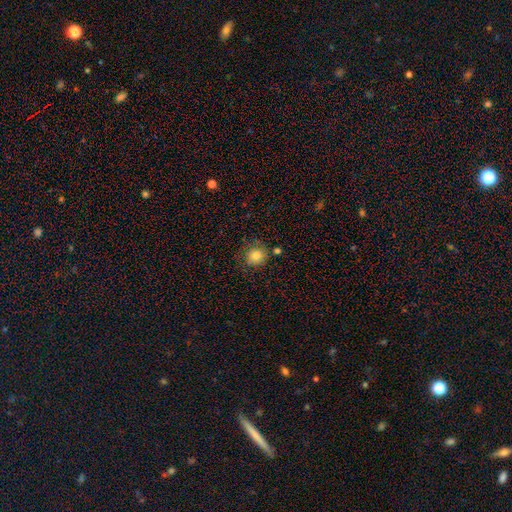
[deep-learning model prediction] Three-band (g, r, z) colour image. It shows a smooth galaxy with no disk features (82%) that is round (90%). Merging: none (76%).